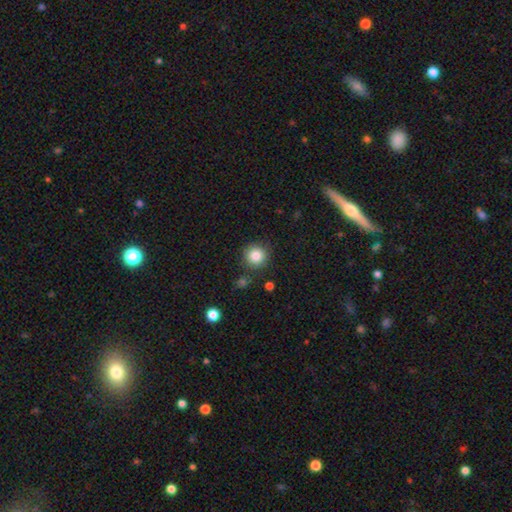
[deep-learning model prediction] A smooth galaxy with no disk features (85%) that is round (94%). Merging: none (86%).